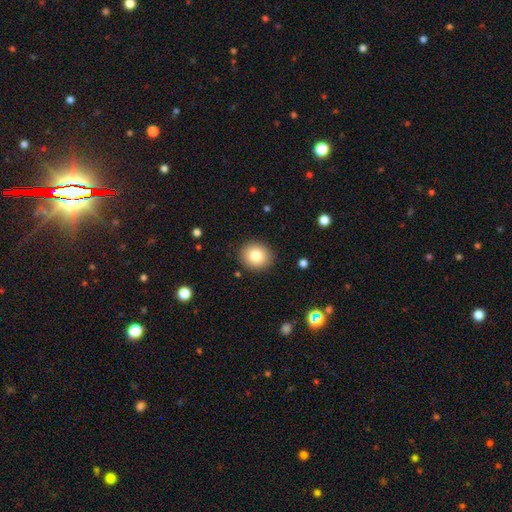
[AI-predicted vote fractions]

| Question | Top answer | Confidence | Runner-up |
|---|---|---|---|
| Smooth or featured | smooth | 81% | star or artifact (10%) |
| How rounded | round | 81% | in between (18%) |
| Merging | none | 90% | minor disturbance (7%) |